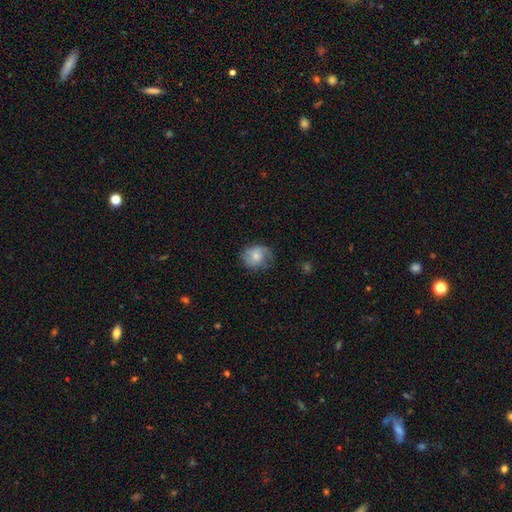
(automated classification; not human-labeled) This appears to be a smooth galaxy with no disk features (52%) that is round (61%). Merging: none (59%).